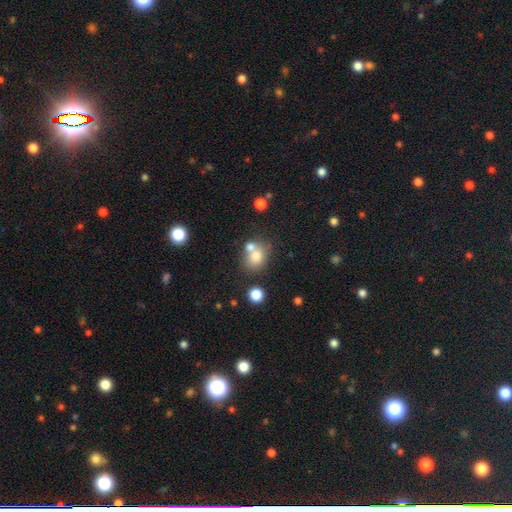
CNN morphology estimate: Overall: smooth (73%). How rounded: round (64%; in between 35%). Merging: none (51%; merger 34%).